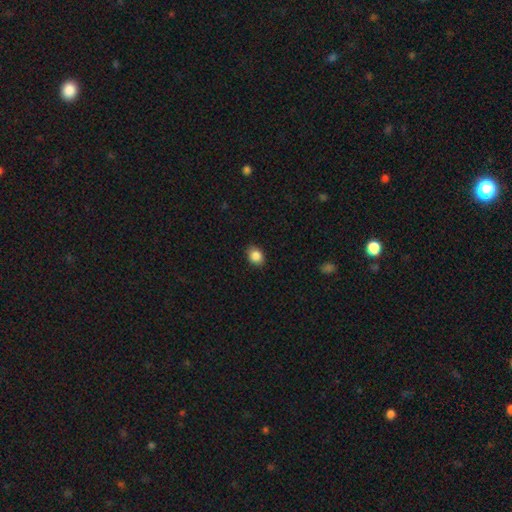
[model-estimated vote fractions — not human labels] smooth-or-featured: smooth: 87% | star or artifact: 9% | featured or disk: 4%
  how-rounded: in between: 51% | round: 48% | cigar-shaped: 1%
  merging: none: 87% | minor disturbance: 10% | major disturbance: 2% | merger: 1%